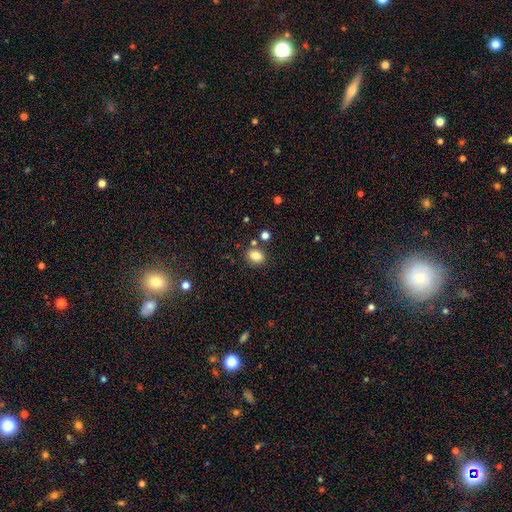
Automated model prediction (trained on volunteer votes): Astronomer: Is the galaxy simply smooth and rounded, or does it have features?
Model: smooth — 83%.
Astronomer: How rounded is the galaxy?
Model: in between — 62% (runner-up: round, 37%).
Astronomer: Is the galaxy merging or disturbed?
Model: none — 78%.